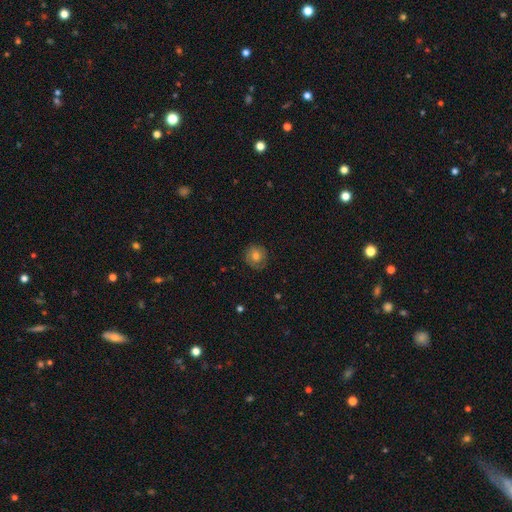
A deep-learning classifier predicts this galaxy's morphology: smooth 63%, featured or disk 27%, star or artifact 9%. Down the decision tree: how rounded — round (85%); merging — none (80%).